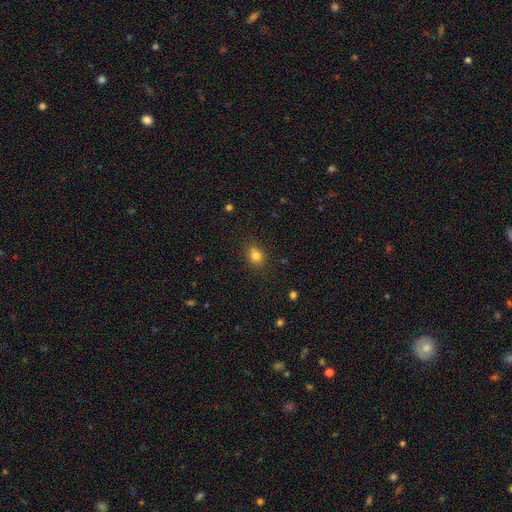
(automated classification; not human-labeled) Smooth or featured?
  - smooth: 80% *
  - star or artifact: 13%
  - featured or disk: 7%
How rounded?
  - round: 55% *
  - in between: 44%
  - cigar-shaped: 1%
Merging?
  - none: 75% *
  - minor disturbance: 15%
  - merger: 6%
  - major disturbance: 4%